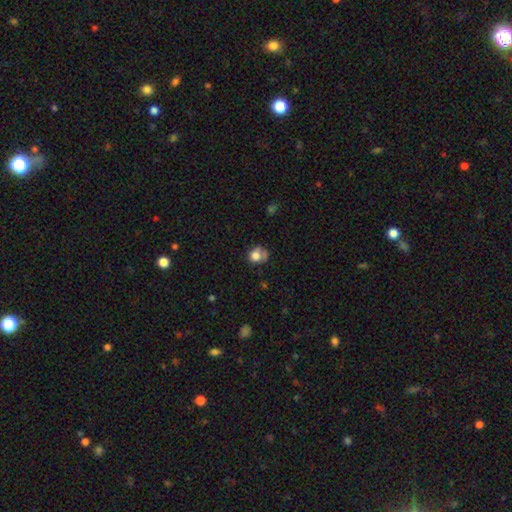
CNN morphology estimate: This appears to be a smooth galaxy with no disk features (75%) that is round (71%). Merging: none (45%).